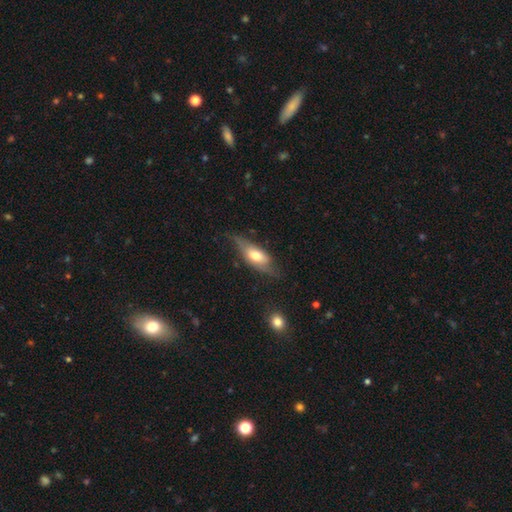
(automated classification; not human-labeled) smooth-or-featured: smooth: 50% | featured or disk: 44% | star or artifact: 6%
  merging: none: 53% | minor disturbance: 31% | major disturbance: 13% | merger: 2%